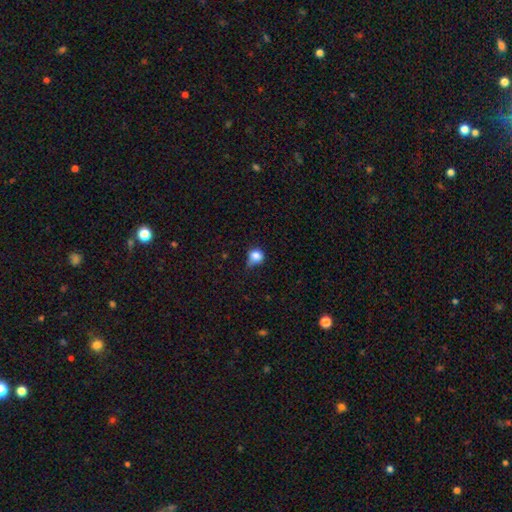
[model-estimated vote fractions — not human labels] Smooth or featured? smooth (81%)
How rounded? round (82%)
Merging? none (42%)